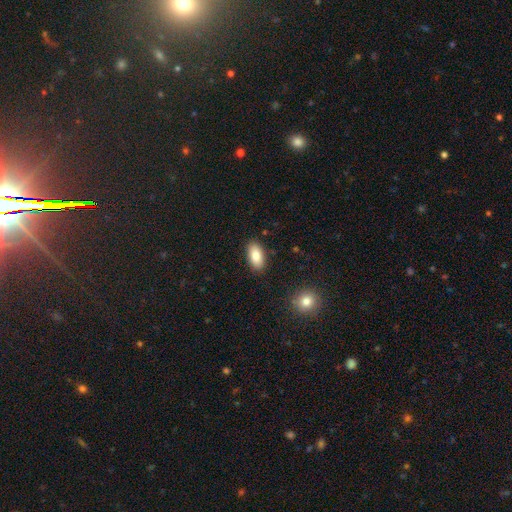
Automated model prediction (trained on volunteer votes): A smooth galaxy with no disk features (85%) that is in between round and cigar-shaped (92%).

Vote fractions:
- Smooth or featured? smooth: 85% / featured or disk: 8% / star or artifact: 7%
- How rounded? in between: 92% / cigar-shaped: 4% / round: 3%
- Merging? none: 87% / minor disturbance: 9% / major disturbance: 2% / merger: 1%